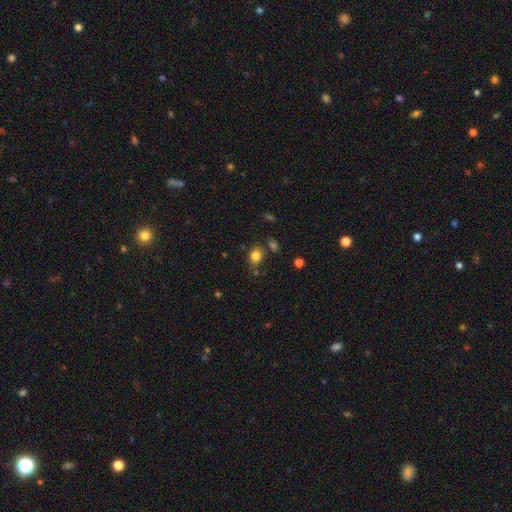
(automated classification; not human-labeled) Morphology: type=smooth (81%); roundness=in between (60%); merging=none (73%).